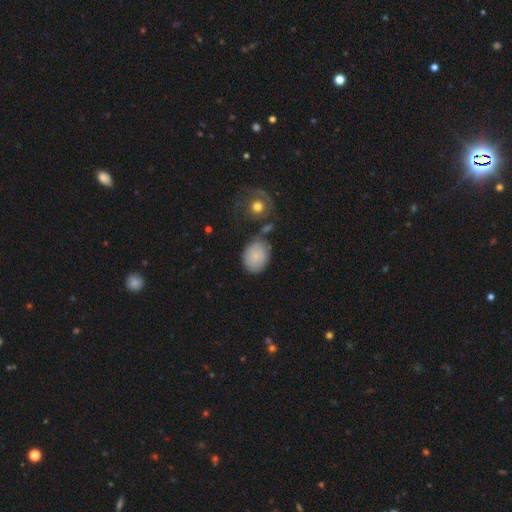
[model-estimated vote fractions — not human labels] A smooth galaxy with no disk features (75%) that is in between round and cigar-shaped (68%).

Vote fractions:
- Smooth or featured? smooth: 75% / featured or disk: 17% / star or artifact: 8%
- How rounded? in between: 68% / round: 30% / cigar-shaped: 1%
- Merging? none: 66% / minor disturbance: 19% / merger: 9% / major disturbance: 6%